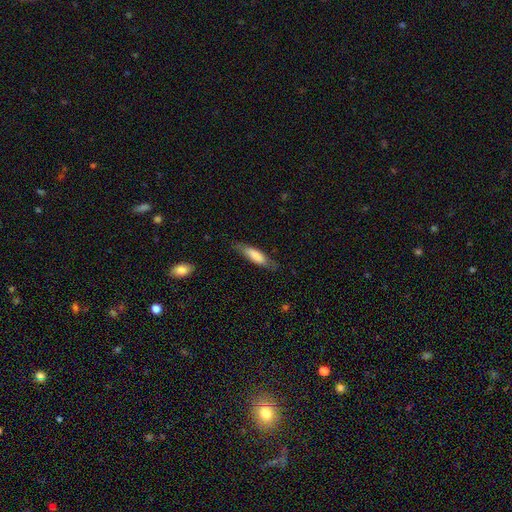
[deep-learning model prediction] Smooth or featured? Predicted: smooth (p=0.75). How rounded? Predicted: cigar-shaped (p=0.67). Merging? Predicted: none (p=0.76).